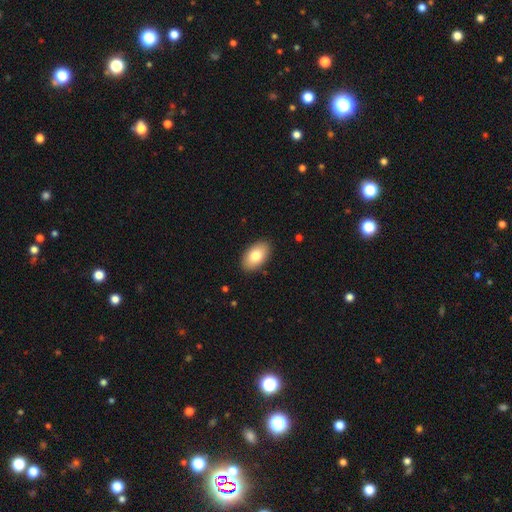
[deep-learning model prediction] Overall: smooth (79%). How rounded: in between (94%). Merging: none (89%).